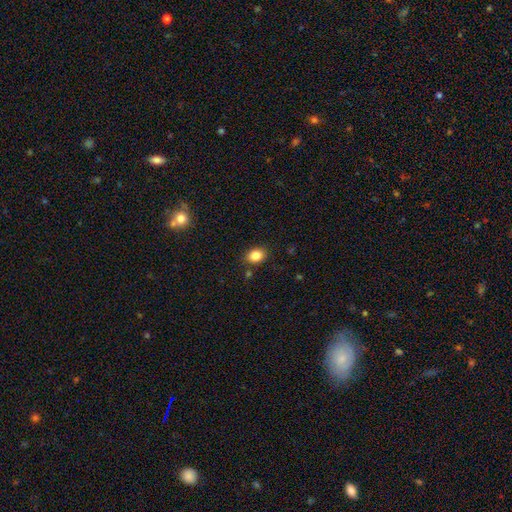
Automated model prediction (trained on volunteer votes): This is clearly a smooth galaxy (85%). How rounded: likely in between (65%). Merging: clearly none (85%).